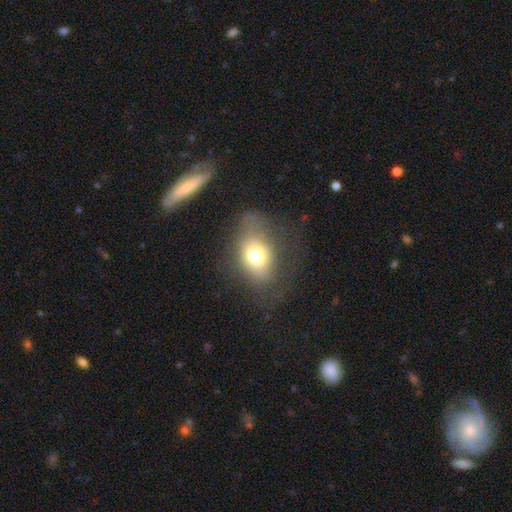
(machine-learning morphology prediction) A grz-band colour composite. It shows a smooth galaxy with no disk features (65%) that is in between round and cigar-shaped (63%). Merging: none (48%).